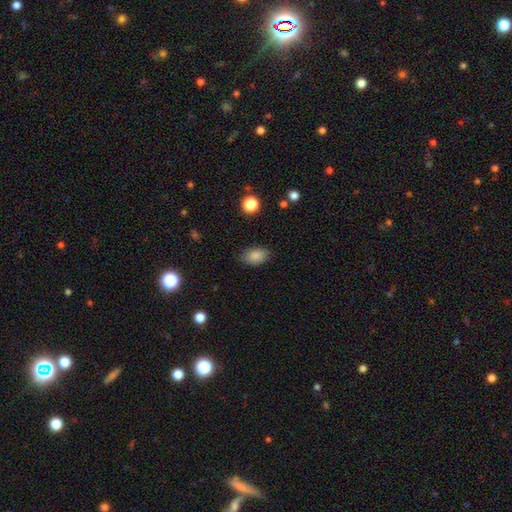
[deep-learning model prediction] Smooth or featured?
  - smooth: 86% *
  - star or artifact: 9%
  - featured or disk: 5%
How rounded?
  - in between: 88% *
  - round: 10%
  - cigar-shaped: 2%
Merging?
  - none: 84% *
  - minor disturbance: 12%
  - major disturbance: 3%
  - merger: 1%